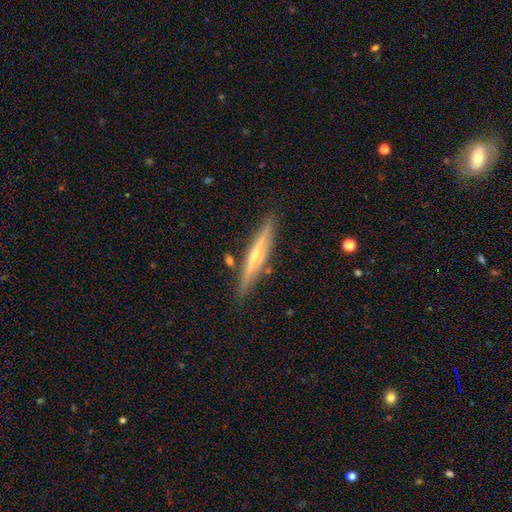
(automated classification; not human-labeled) Smooth or featured?
  - featured or disk: 72% *
  - smooth: 22%
  - star or artifact: 6%
Edge-on disk?
  - yes: 96% *
  - no: 4%
Edge-on bulge?
  - rounded: 78% *
  - none: 18%
  - boxy: 4%
Merging?
  - none: 86% *
  - minor disturbance: 9%
  - merger: 3%
  - major disturbance: 2%